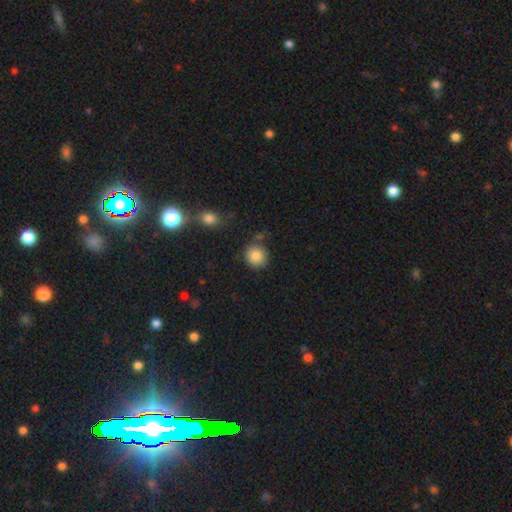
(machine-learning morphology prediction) smooth 85%, star or artifact 9%, featured or disk 6%. Down the decision tree: how rounded — round (89%); merging — none (81%).